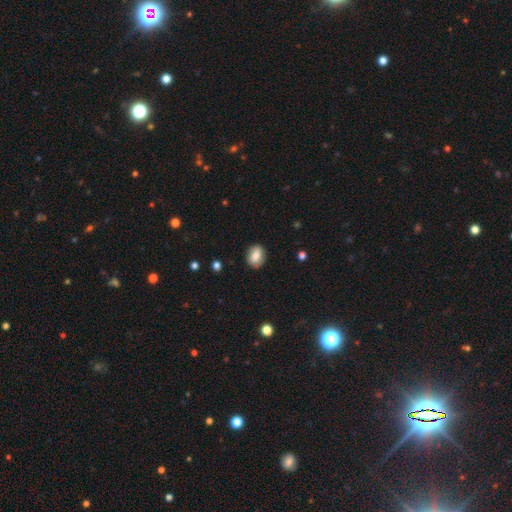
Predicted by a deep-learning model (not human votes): Smooth or featured: smooth — 83% (featured or disk — 9%)
How rounded: in between — 63% (round — 36%)
Merging: none — 86% (minor disturbance — 10%)